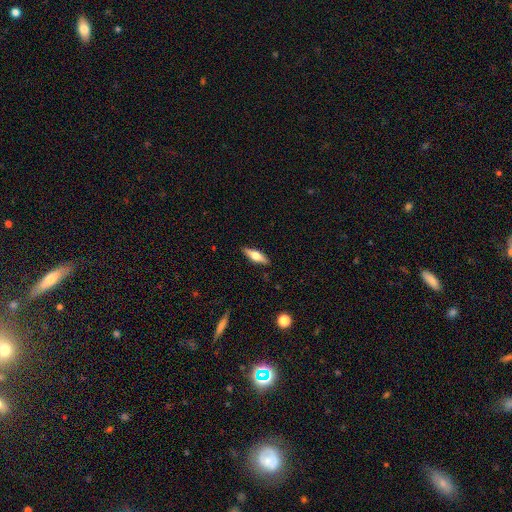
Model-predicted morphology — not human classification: type=featured or disk (50%); merging=none (89%).